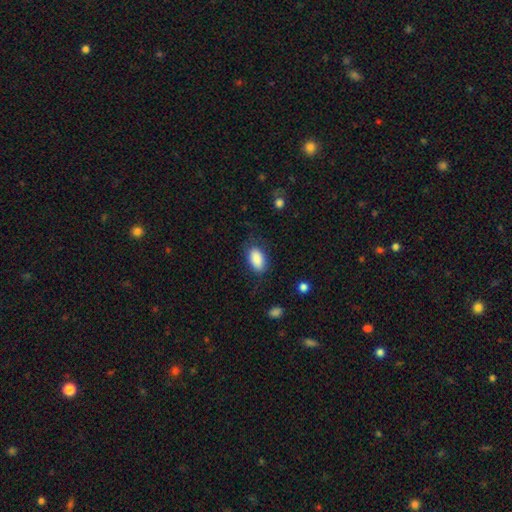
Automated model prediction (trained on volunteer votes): A smooth galaxy with no disk features (88%) that is in between round and cigar-shaped (92%). Merging: none (77%).